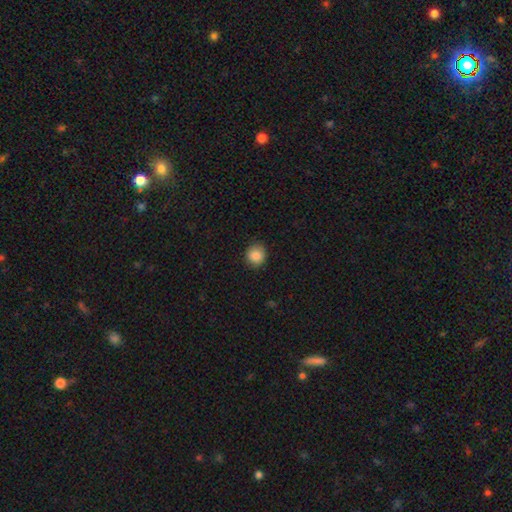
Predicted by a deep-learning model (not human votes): Overall: smooth (86%). How rounded: round (88%). Merging: none (87%).